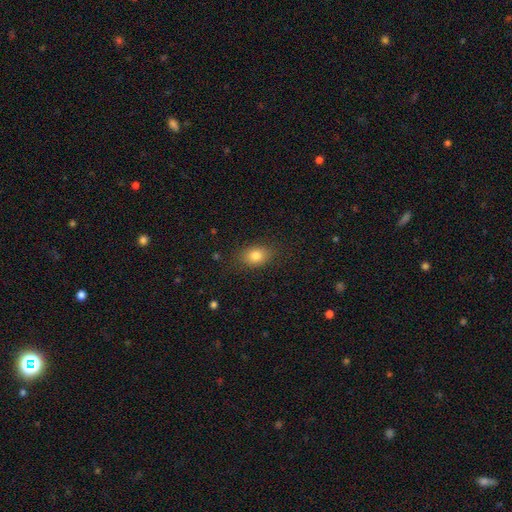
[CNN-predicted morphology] Smooth or featured: smooth — 81% (star or artifact — 10%)
How rounded: in between — 73% (round — 25%)
Merging: none — 84% (minor disturbance — 11%)